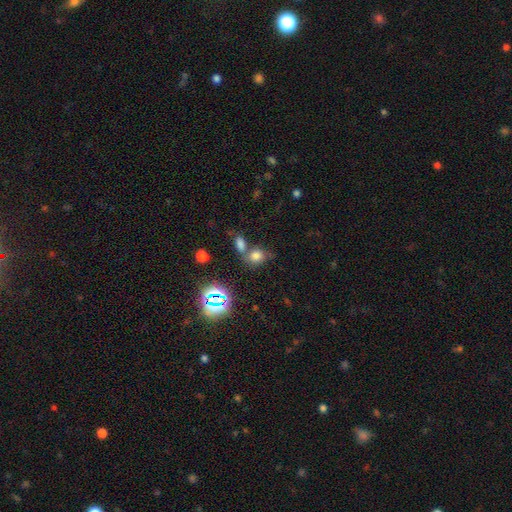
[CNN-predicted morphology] A smooth galaxy with no disk features (68%) that is round (50%).

Vote fractions:
- Smooth or featured? smooth: 68% / star or artifact: 22% / featured or disk: 10%
- How rounded? round: 50% / in between: 49% / cigar-shaped: 2%
- Merging? none: 47% / merger: 36% / minor disturbance: 12% / major disturbance: 5%